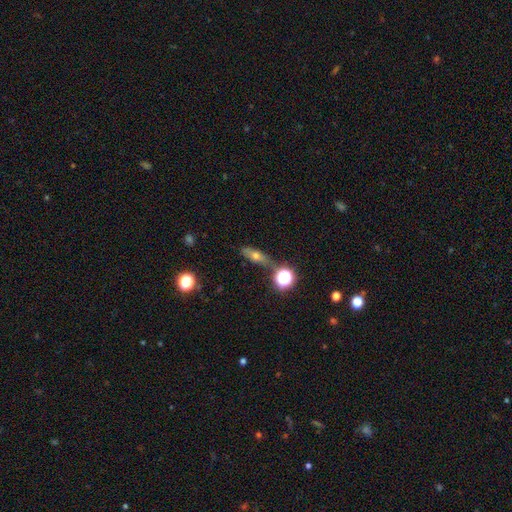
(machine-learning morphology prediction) The model was most divided on "how rounded": in between: 46%, cigar-shaped: 40%, round: 14%. More confident: merging — none (70%); smooth or featured — smooth (51%).